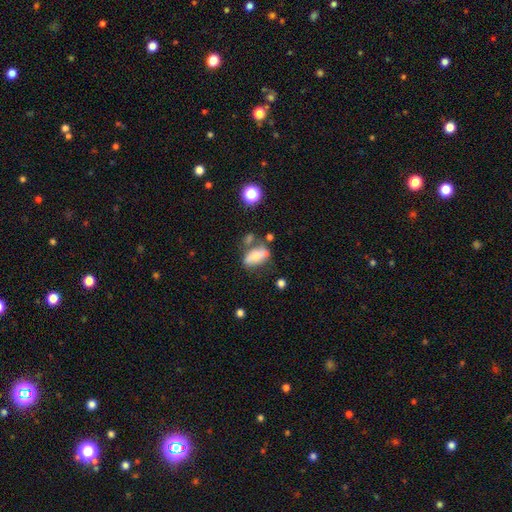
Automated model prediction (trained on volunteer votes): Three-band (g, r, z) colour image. It shows a smooth galaxy with no disk features (54%) that is in between round and cigar-shaped (85%). Merging: none (53%).